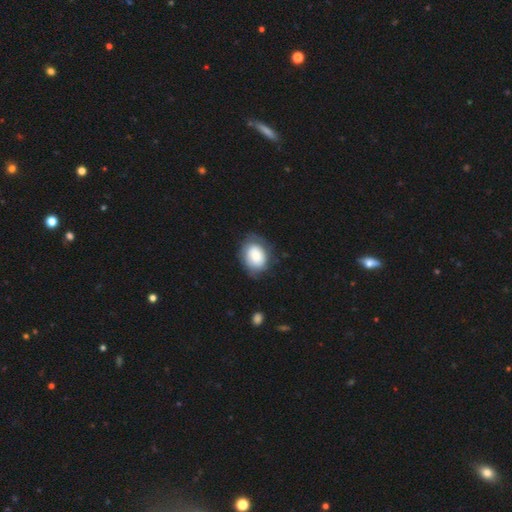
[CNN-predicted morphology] The model was most divided on "how rounded": in between: 70%, round: 29%, cigar-shaped: 1%. More confident: smooth or featured — smooth (71%); merging — none (65%).